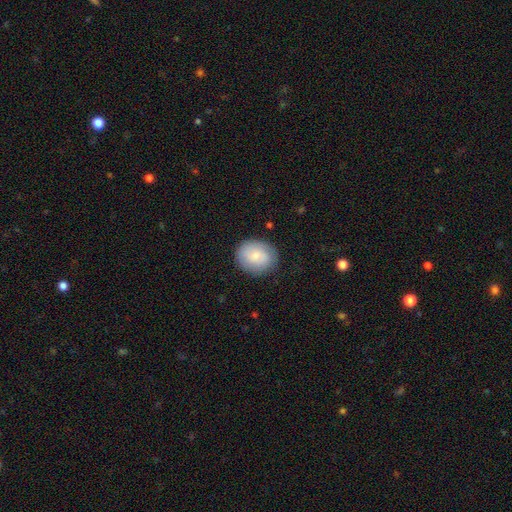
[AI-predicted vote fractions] Smooth or featured? Predicted: smooth (p=0.73). How rounded? Predicted: round (p=0.56). Merging? Predicted: none (p=0.83).